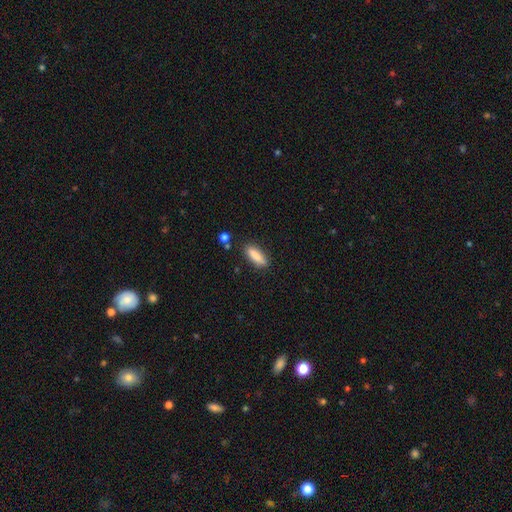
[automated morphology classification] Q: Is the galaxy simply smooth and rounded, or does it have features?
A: smooth — 85%.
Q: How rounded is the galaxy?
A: in between — 53%.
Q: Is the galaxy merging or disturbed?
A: none — 84%.